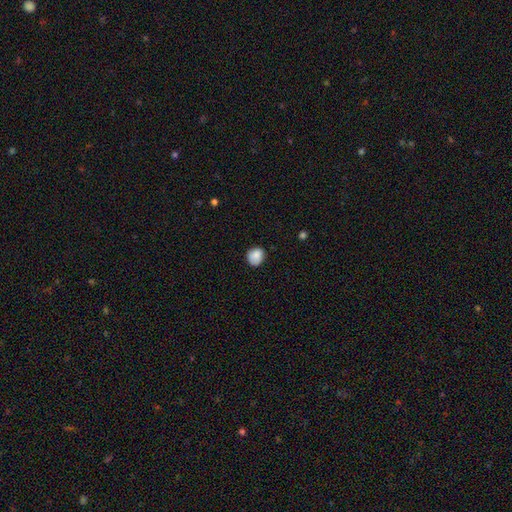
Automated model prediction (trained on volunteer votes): Q: Smooth or featured?
A: smooth (86%); runner-up: star or artifact (8%)
Q: How rounded?
A: round (74%); runner-up: in between (26%)
Q: Merging?
A: none (74%); runner-up: minor disturbance (21%)